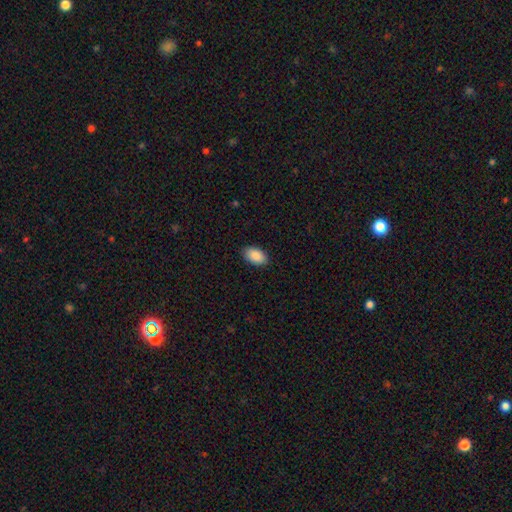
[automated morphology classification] Q: Smooth or featured?
A: smooth (90%); runner-up: star or artifact (6%)
Q: How rounded?
A: in between (94%); runner-up: round (4%)
Q: Merging?
A: none (88%); runner-up: minor disturbance (9%)